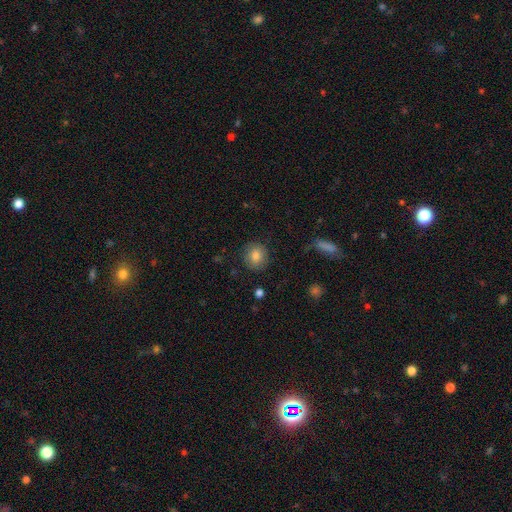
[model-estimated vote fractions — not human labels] smooth-or-featured: smooth: 80% | featured or disk: 11% | star or artifact: 9%
  how-rounded: round: 85% | in between: 14% | cigar-shaped: 1%
  merging: none: 84% | minor disturbance: 12% | major disturbance: 3% | merger: 1%